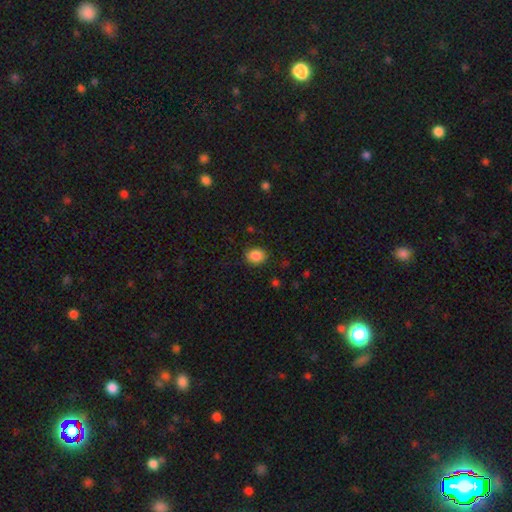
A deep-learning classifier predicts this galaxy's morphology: smooth-or-featured: smooth: 88% | star or artifact: 9% | featured or disk: 4%
  how-rounded: round: 54% | in between: 45% | cigar-shaped: 1%
  merging: none: 85% | minor disturbance: 11% | major disturbance: 3% | merger: 1%